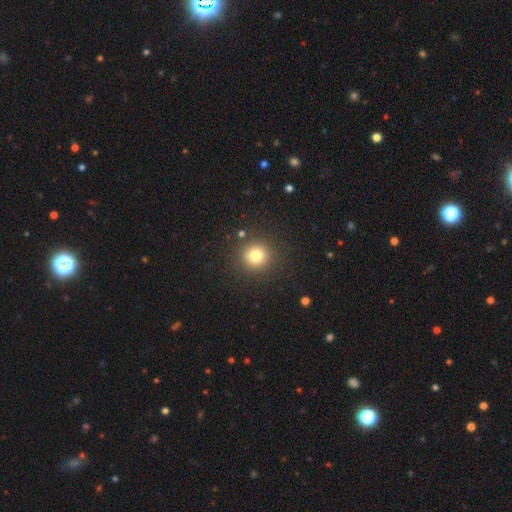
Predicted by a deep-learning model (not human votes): Smooth or featured: smooth — 79% (star or artifact — 14%)
How rounded: round — 92% (in between — 8%)
Merging: none — 88% (minor disturbance — 7%)